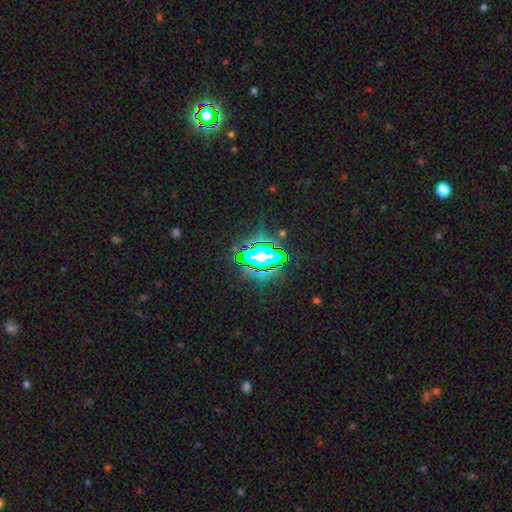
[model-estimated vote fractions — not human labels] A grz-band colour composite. It shows a star or artifact, not a galaxy (61%).